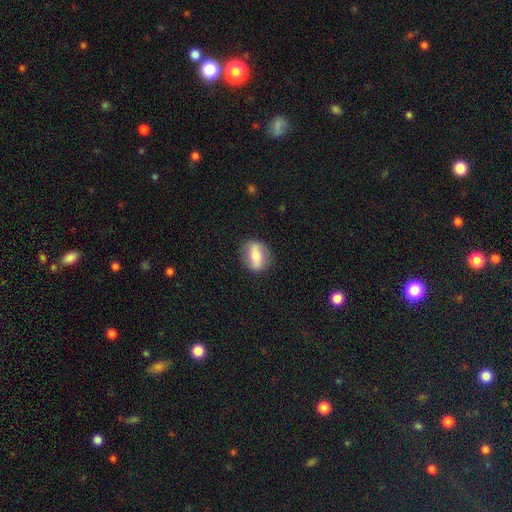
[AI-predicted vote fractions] smooth-or-featured: smooth: 51% | featured or disk: 42% | star or artifact: 7%
  how-rounded: in between: 58% | round: 37% | cigar-shaped: 5%
  merging: none: 84% | minor disturbance: 12% | major disturbance: 4% | merger: 1%